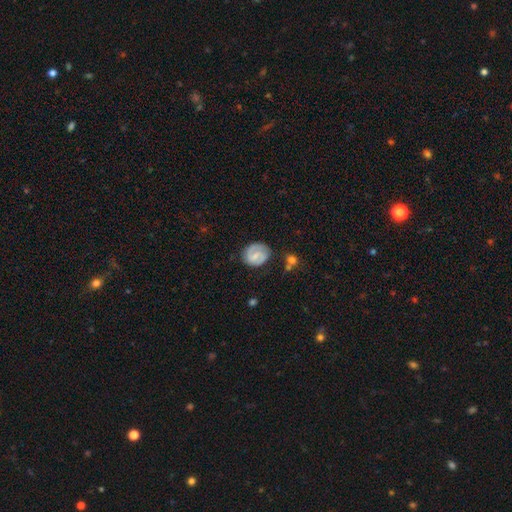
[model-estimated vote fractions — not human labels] Morphology: type=featured or disk (68%); edge-on=no (98%); bar=weak (50%); spiral arms=yes (91%); winding=tight (50%); arm count=2 (69%); bulge=small (47%); merging=none (70%).